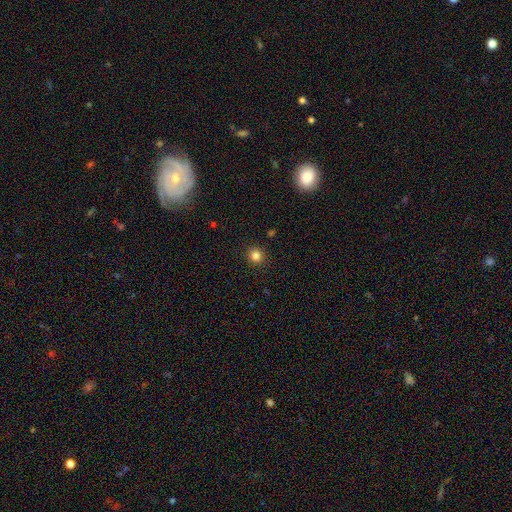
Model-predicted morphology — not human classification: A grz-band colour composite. It shows a smooth galaxy with no disk features (82%) that is round (93%). Merging: none (92%).